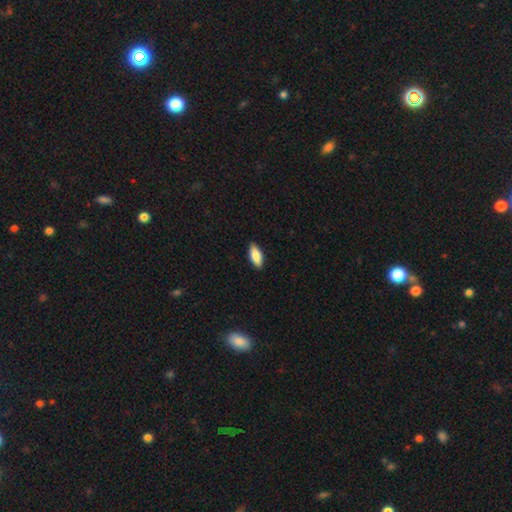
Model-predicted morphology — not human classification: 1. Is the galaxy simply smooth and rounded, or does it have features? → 82% smooth, 12% featured or disk, 6% star or artifact.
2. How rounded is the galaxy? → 80% in between, 18% cigar-shaped, 2% round.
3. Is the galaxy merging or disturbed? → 88% none, 9% minor disturbance, 2% major disturbance, 1% merger.